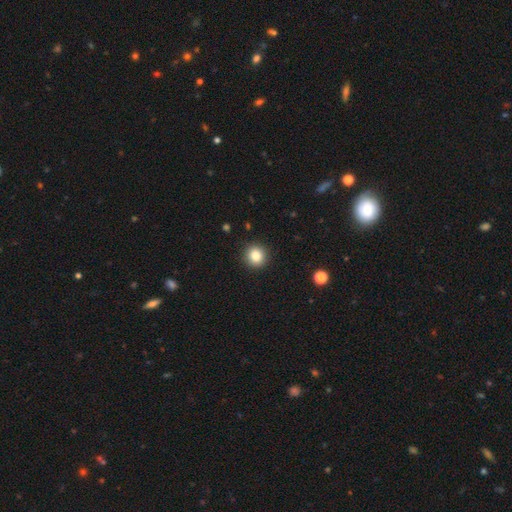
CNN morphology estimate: Q: Smooth or featured?
A: smooth (84%); runner-up: star or artifact (11%)
Q: How rounded?
A: round (92%); runner-up: in between (7%)
Q: Merging?
A: none (92%); runner-up: minor disturbance (5%)